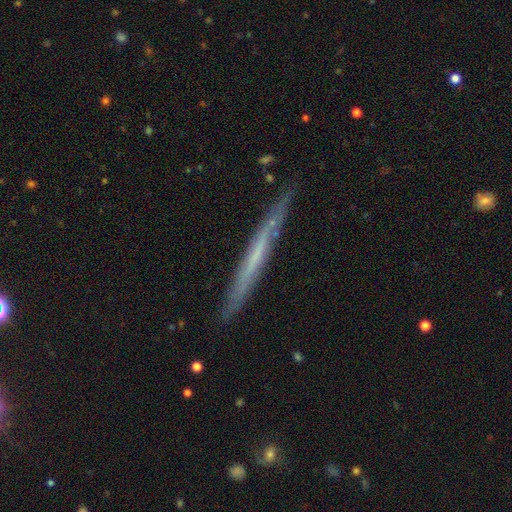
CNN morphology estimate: Smooth or featured?
  - featured or disk: 57% *
  - smooth: 36%
  - star or artifact: 6%
Edge-on disk?
  - yes: 94% *
  - no: 6%
Edge-on bulge?
  - none: 88% *
  - rounded: 7%
  - boxy: 5%
Merging?
  - none: 84% *
  - minor disturbance: 12%
  - major disturbance: 2%
  - merger: 2%